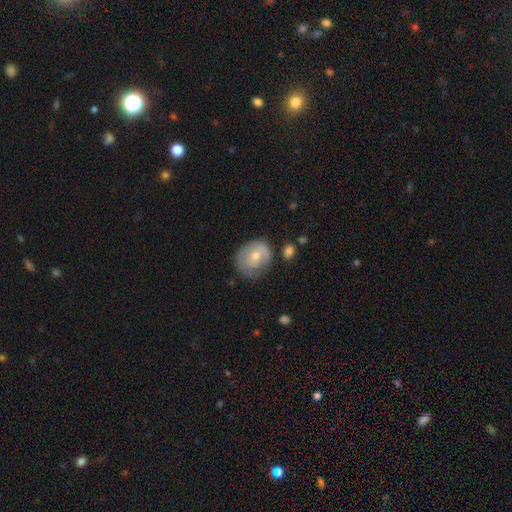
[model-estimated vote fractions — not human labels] Smooth or featured?
  - smooth: 50% *
  - featured or disk: 43%
  - star or artifact: 7%
How rounded?
  - round: 67% *
  - in between: 32%
  - cigar-shaped: 1%
Merging?
  - none: 55% *
  - minor disturbance: 29%
  - major disturbance: 13%
  - merger: 3%